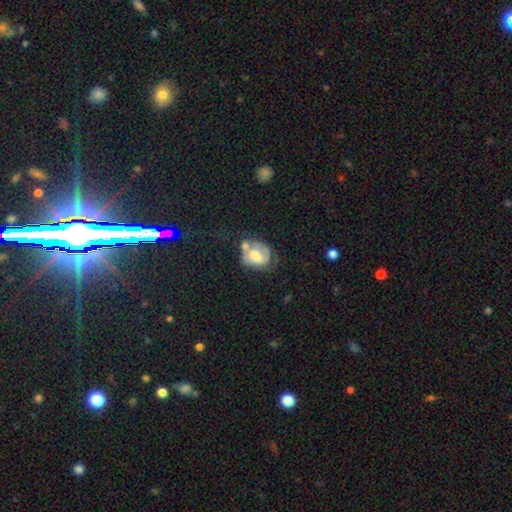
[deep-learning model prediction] A featured or disk galaxy (52%) with no bar (58%), spiral arms (69%) and a moderate central bulge (50%). Merging: none (32%).